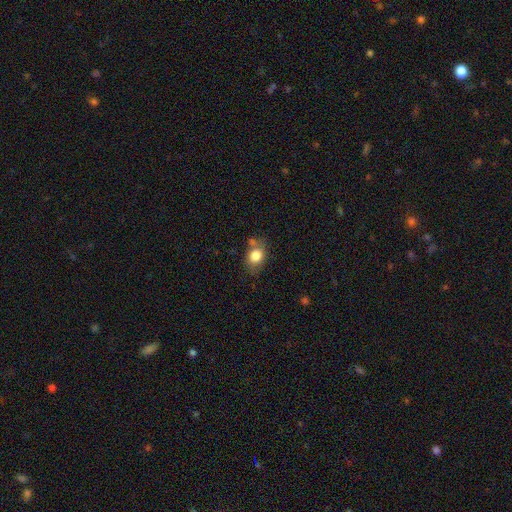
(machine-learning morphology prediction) Smooth or featured? Predicted: smooth (p=0.81). How rounded? Predicted: in between (p=0.59). Merging? Predicted: none (p=0.60).